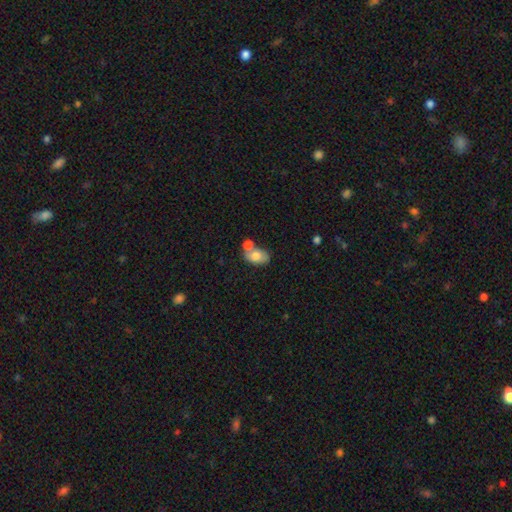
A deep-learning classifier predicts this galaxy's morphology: smooth-or-featured: smooth: 73% | featured or disk: 19% | star or artifact: 8%
  how-rounded: in between: 85% | round: 13% | cigar-shaped: 1%
  merging: merger: 45% | none: 37% | minor disturbance: 13% | major disturbance: 5%